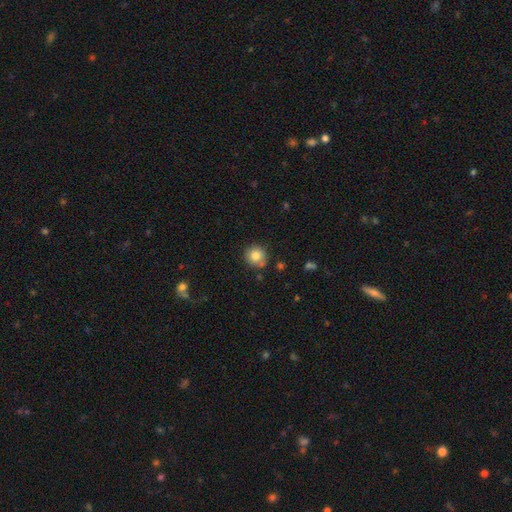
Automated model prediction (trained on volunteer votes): Smooth or featured: smooth — 82% (star or artifact — 11%)
How rounded: round — 92% (in between — 7%)
Merging: none — 79% (minor disturbance — 12%)